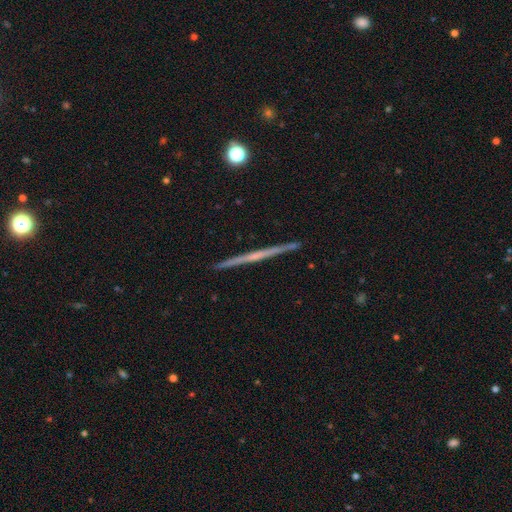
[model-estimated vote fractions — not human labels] This appears to be a featured or disk galaxy (74%) viewed edge-on (99%) with no central bulge (67%). Merging: none (93%).